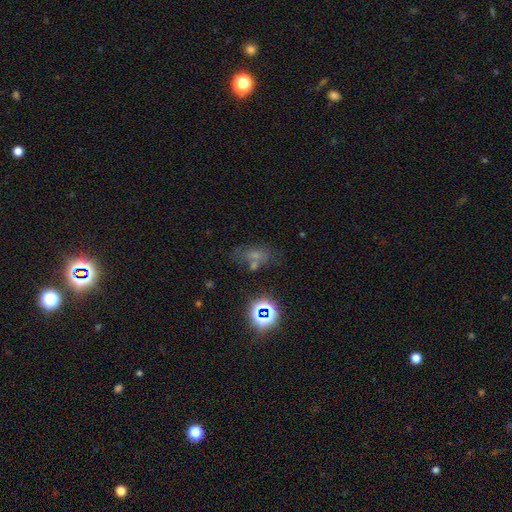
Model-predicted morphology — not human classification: Overall: smooth (51%; star or artifact 31%). How rounded: in between (75%). Merging: none (54%; minor disturbance 19%).